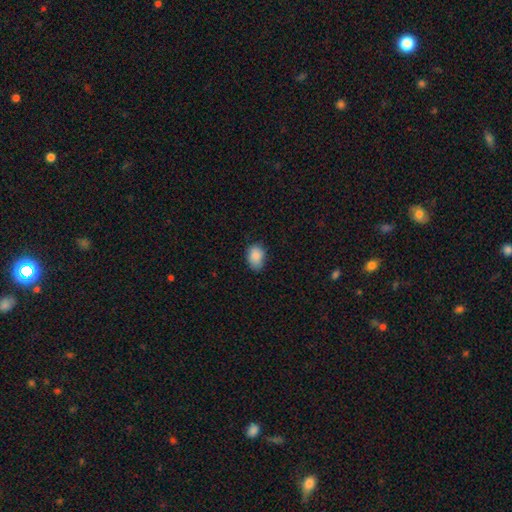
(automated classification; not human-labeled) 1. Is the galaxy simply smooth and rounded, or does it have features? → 87% smooth, 8% star or artifact, 5% featured or disk.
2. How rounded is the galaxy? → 80% in between, 19% round, 1% cigar-shaped.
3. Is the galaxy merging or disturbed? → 67% none, 27% minor disturbance, 4% major disturbance, 1% merger.